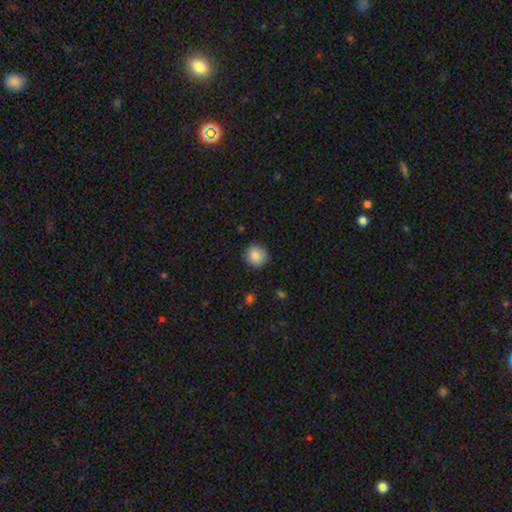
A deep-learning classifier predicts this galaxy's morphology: A smooth galaxy with no disk features (87%) that is round (91%).

Vote fractions:
- Smooth or featured? smooth: 87% / star or artifact: 8% / featured or disk: 5%
- How rounded? round: 91% / in between: 8% / cigar-shaped: 1%
- Merging? none: 88% / minor disturbance: 9% / major disturbance: 2% / merger: 1%